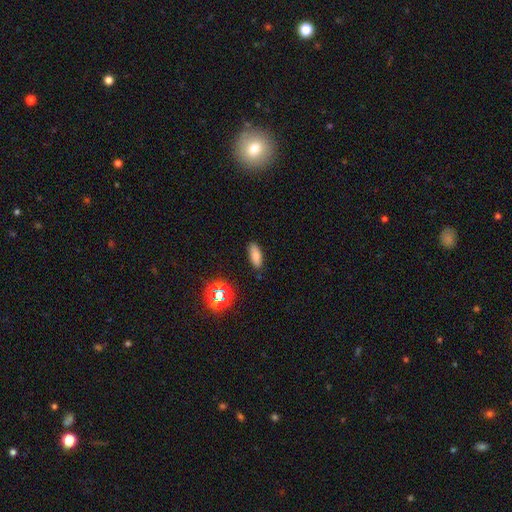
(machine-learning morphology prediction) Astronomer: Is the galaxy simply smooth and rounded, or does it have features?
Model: smooth — 78%.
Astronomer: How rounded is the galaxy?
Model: in between — 74%.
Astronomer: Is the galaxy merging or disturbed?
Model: none — 86%.